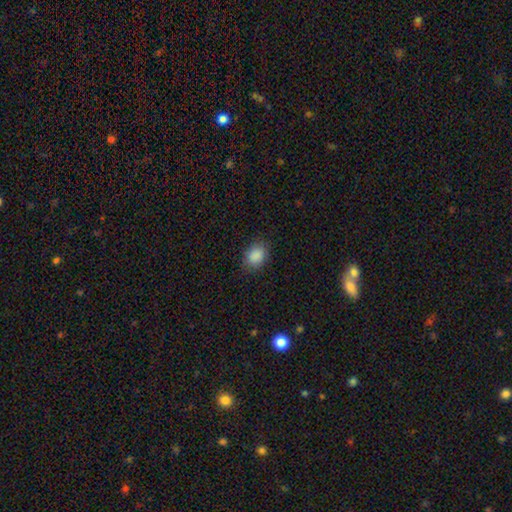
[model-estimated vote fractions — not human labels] Smooth or featured? Predicted: smooth (p=0.89). How rounded? Predicted: in between (p=0.63). Merging? Predicted: none (p=0.84).